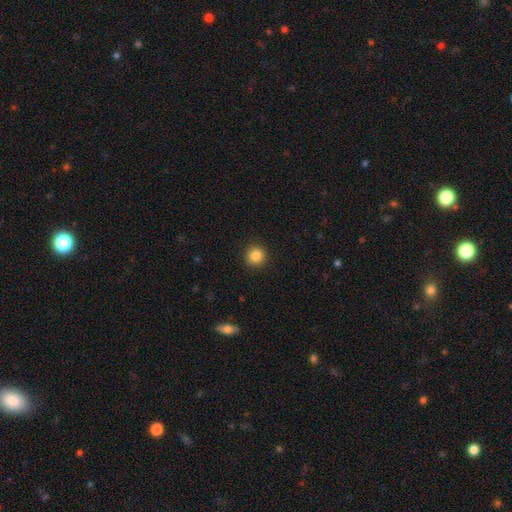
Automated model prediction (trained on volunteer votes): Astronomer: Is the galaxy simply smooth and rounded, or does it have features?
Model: smooth — 85%.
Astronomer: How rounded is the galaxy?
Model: round — 94%.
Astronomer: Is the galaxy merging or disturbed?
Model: none — 92%.